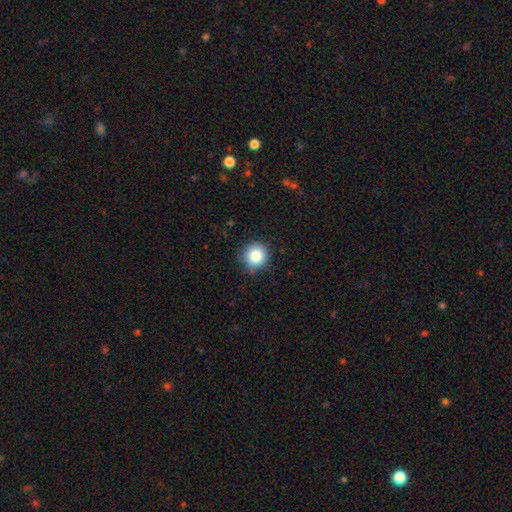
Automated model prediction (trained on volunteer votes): Smooth or featured: smooth — 85% (star or artifact — 10%)
How rounded: round — 92% (in between — 7%)
Merging: none — 84% (minor disturbance — 12%)